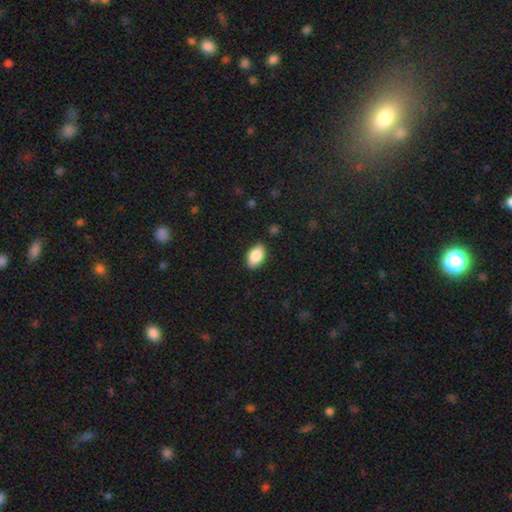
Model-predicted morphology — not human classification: Smooth or featured? smooth (87%)
How rounded? in between (93%)
Merging? none (88%)